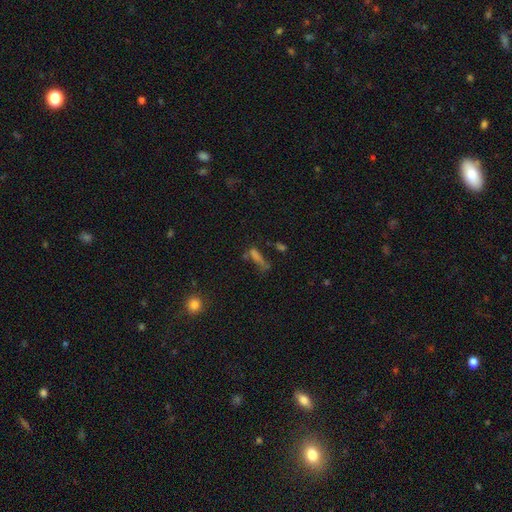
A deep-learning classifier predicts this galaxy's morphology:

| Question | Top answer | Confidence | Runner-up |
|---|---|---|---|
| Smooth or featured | smooth | 52% | star or artifact (28%) |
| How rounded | cigar-shaped | 64% | in between (29%) |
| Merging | none | 52% | minor disturbance (18%) |